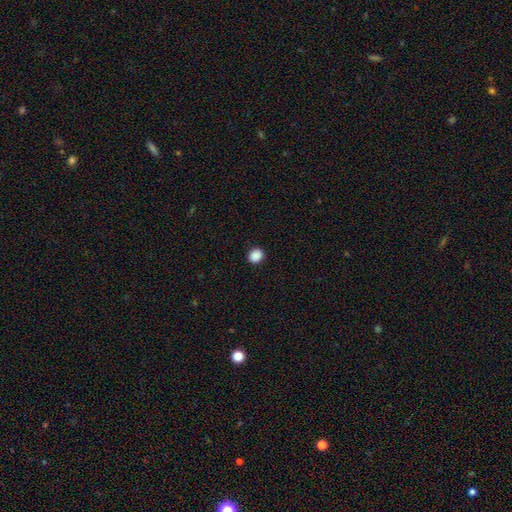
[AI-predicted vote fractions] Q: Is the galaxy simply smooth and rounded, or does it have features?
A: smooth — 89%.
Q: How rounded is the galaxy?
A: round — 76%.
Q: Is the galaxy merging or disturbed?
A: none — 92%.